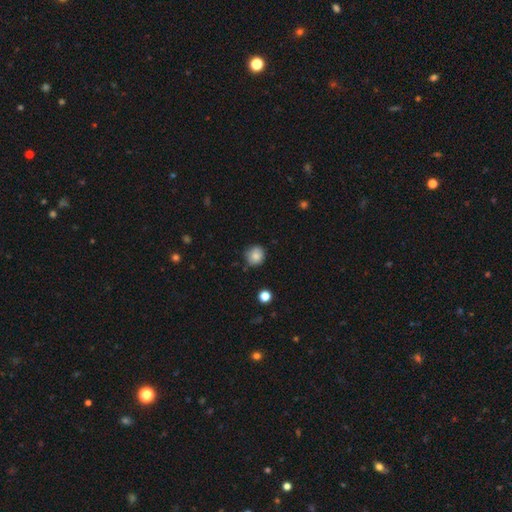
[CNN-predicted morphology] smooth_or_featured: smooth (p=0.84) [alt: star or artifact p=0.09]
how_rounded: round (p=0.88) [alt: in between p=0.11]
merging: none (p=0.79) [alt: minor disturbance p=0.16]